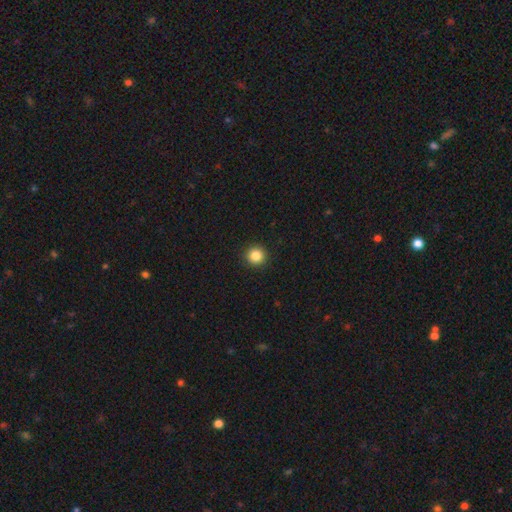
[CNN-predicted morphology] smooth-or-featured: smooth: 85% | star or artifact: 11% | featured or disk: 4%
  how-rounded: round: 95% | in between: 4% | cigar-shaped: 1%
  merging: none: 93% | minor disturbance: 4% | major disturbance: 2% | merger: 1%